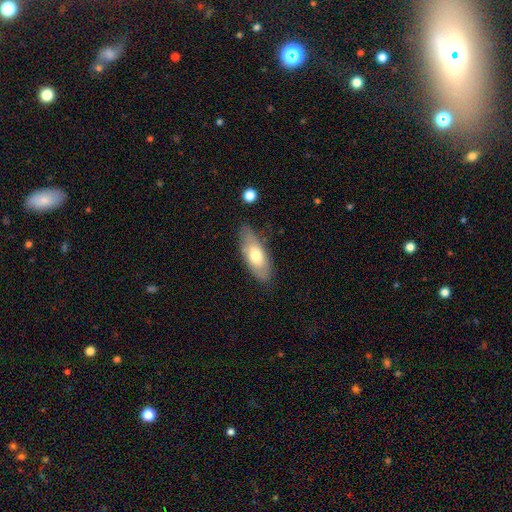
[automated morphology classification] This appears to be a smooth galaxy with no disk features (63%) that is in between round and cigar-shaped (80%). Merging: none (75%).